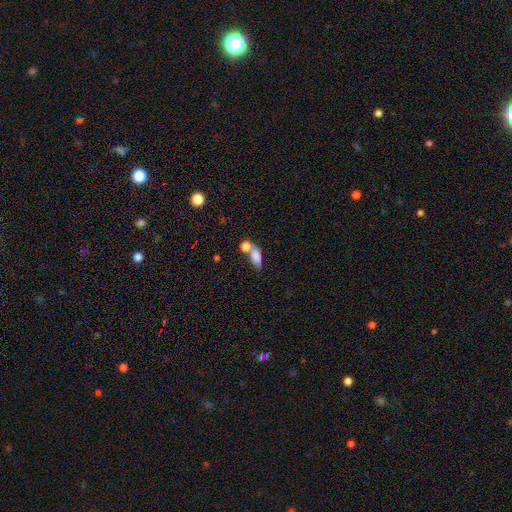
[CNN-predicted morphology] Smooth or featured? Predicted: smooth (p=0.77). How rounded? Predicted: in between (p=0.70). Merging? Predicted: merger (p=0.40).